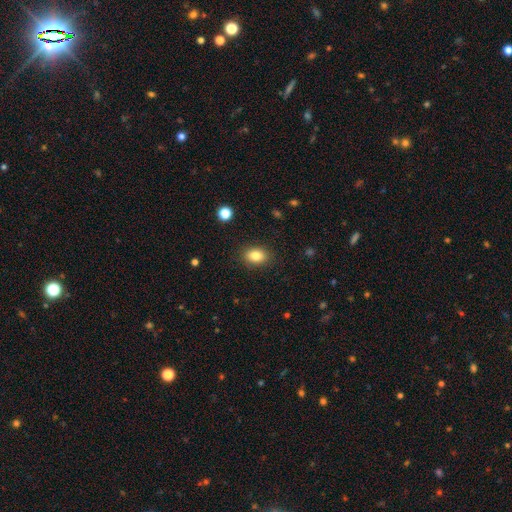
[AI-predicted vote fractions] smooth_or_featured: smooth (p=0.84) [alt: star or artifact p=0.10]
how_rounded: in between (p=0.75) [alt: round p=0.24]
merging: none (p=0.88) [alt: minor disturbance p=0.09]